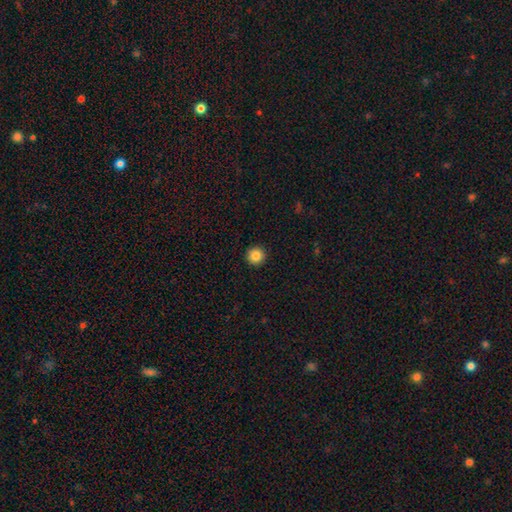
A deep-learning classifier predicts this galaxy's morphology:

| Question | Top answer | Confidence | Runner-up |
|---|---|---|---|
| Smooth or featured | smooth | 86% | star or artifact (10%) |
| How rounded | round | 96% | in between (3%) |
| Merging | none | 93% | minor disturbance (4%) |